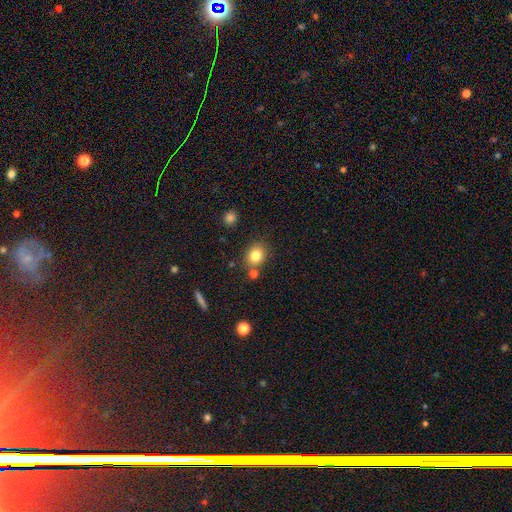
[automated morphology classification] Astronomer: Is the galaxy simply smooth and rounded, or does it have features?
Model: smooth — 81%.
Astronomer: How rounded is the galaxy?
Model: round — 63%.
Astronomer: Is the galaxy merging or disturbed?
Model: none — 77%.